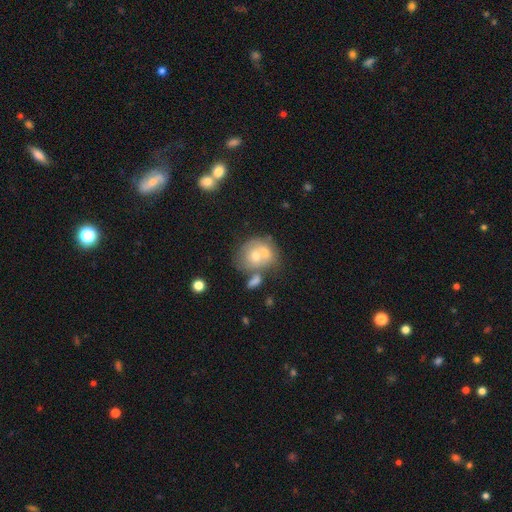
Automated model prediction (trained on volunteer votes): This appears to be a smooth galaxy with no disk features (56%) that is round (66%). Merging: merger (62%).